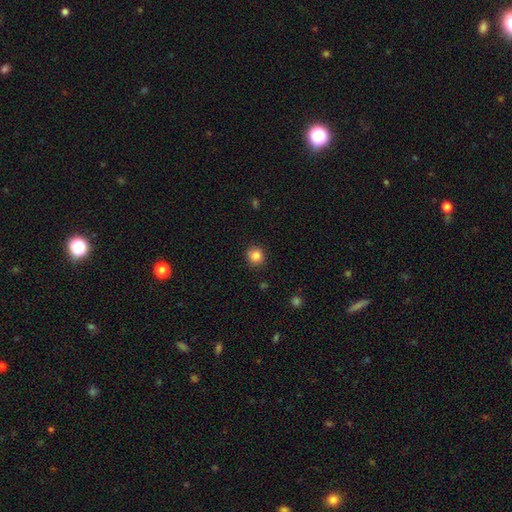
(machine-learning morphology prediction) type=smooth (84%); roundness=round (91%); merging=none (89%).